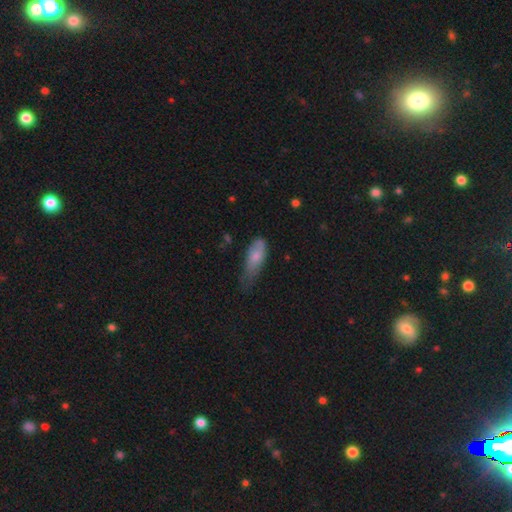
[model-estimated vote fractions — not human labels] Morphology: type=smooth (72%); roundness=in between (75%); merging=minor disturbance (46%).